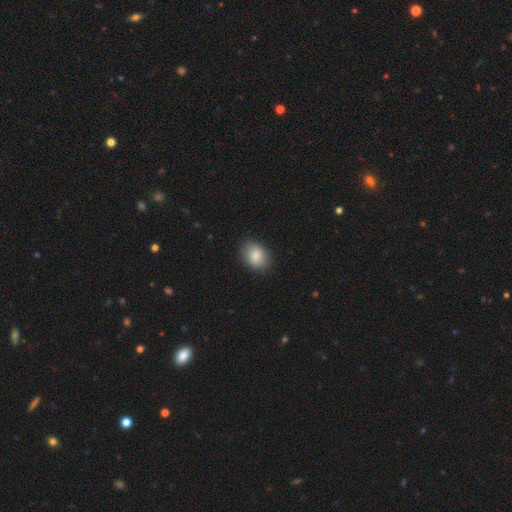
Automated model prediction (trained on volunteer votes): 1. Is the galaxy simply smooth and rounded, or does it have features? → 86% smooth, 7% star or artifact, 7% featured or disk.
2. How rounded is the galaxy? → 71% in between, 28% round, 1% cigar-shaped.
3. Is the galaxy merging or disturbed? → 85% none, 11% minor disturbance, 3% major disturbance, 1% merger.